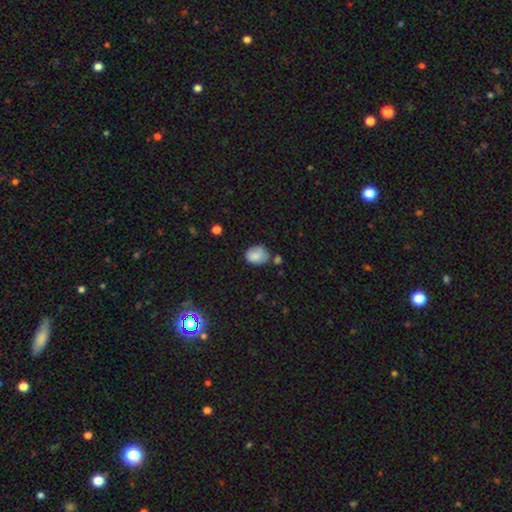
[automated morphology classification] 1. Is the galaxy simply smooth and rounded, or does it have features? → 80% smooth, 11% featured or disk, 9% star or artifact.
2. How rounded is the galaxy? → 58% in between, 41% round, 1% cigar-shaped.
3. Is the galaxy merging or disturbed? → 56% none, 27% minor disturbance, 10% merger, 7% major disturbance.